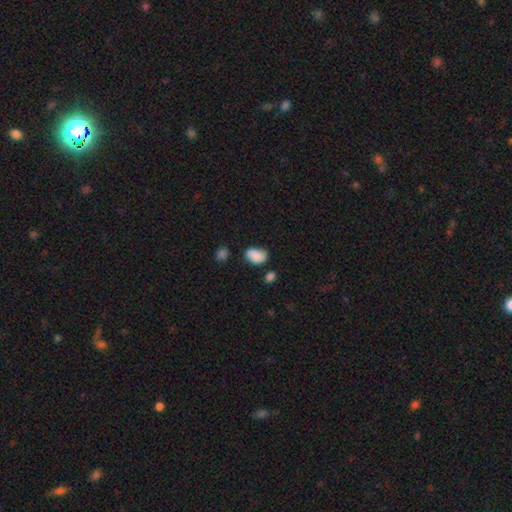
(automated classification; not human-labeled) The model was most divided on "merging": none: 61%, minor disturbance: 27%, major disturbance: 6%, merger: 6%. More confident: how rounded — in between (84%); smooth or featured — smooth (84%).